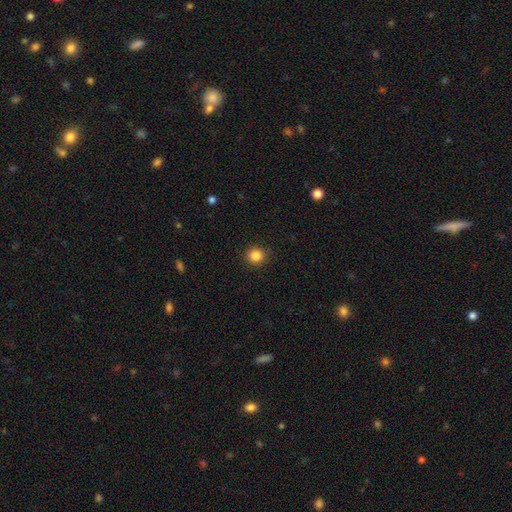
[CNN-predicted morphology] A smooth galaxy with no disk features (86%) that is round (90%). Merging: none (91%).